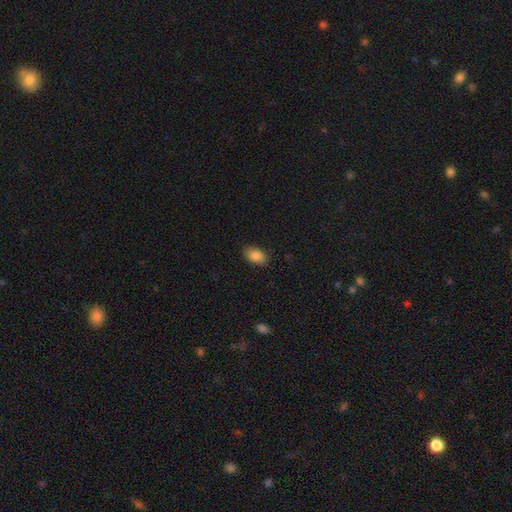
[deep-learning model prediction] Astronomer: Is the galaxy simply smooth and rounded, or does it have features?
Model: smooth — 87%.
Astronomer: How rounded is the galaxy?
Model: in between — 90%.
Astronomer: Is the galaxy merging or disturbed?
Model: none — 85%.